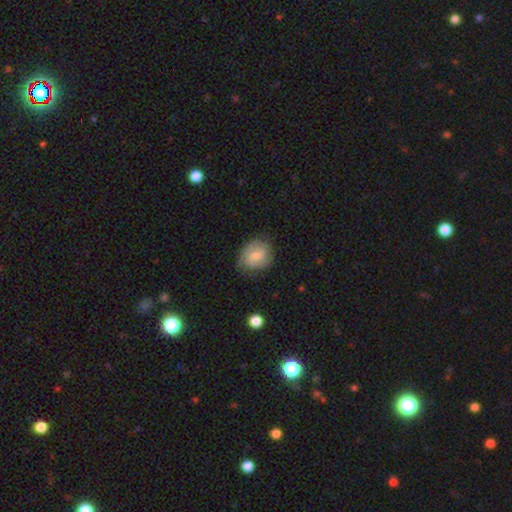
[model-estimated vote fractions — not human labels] Smooth or featured: smooth — 52% (featured or disk — 41%)
How rounded: round — 64% (in between — 35%)
Merging: none — 68% (minor disturbance — 23%)